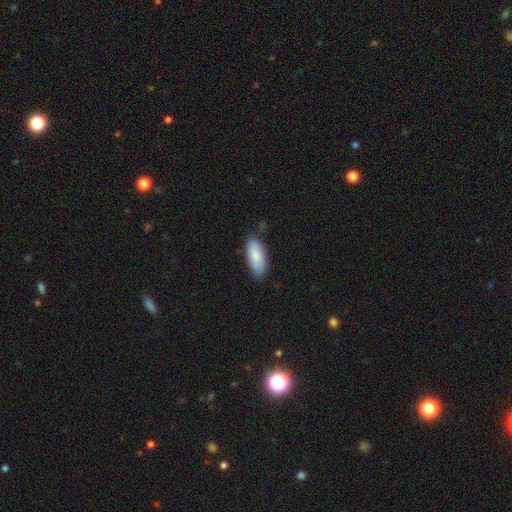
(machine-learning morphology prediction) Overall: smooth (85%). How rounded: in between (86%). Merging: none (76%).